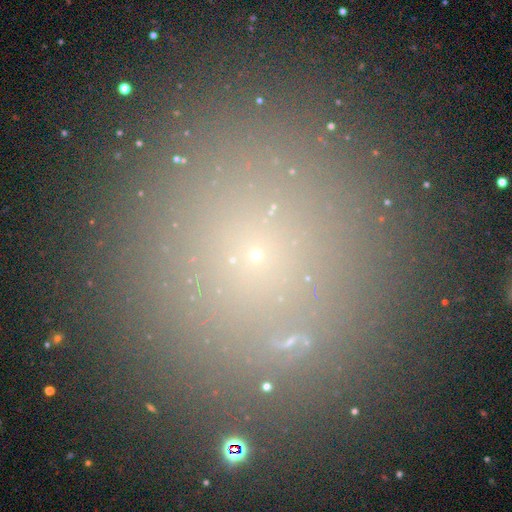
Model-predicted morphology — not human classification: smooth_or_featured: smooth (p=0.55) [alt: star or artifact p=0.35]
how_rounded: round (p=0.94) [alt: in between p=0.05]
merging: none (p=0.89) [alt: minor disturbance p=0.06]